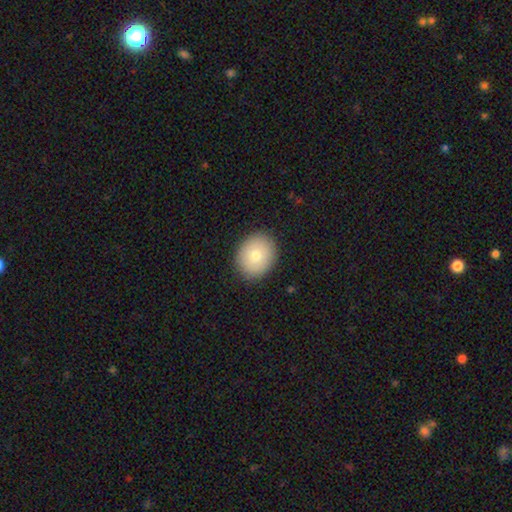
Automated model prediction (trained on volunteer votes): Overall: smooth (76%). How rounded: round (63%; in between 36%). Merging: none (89%).